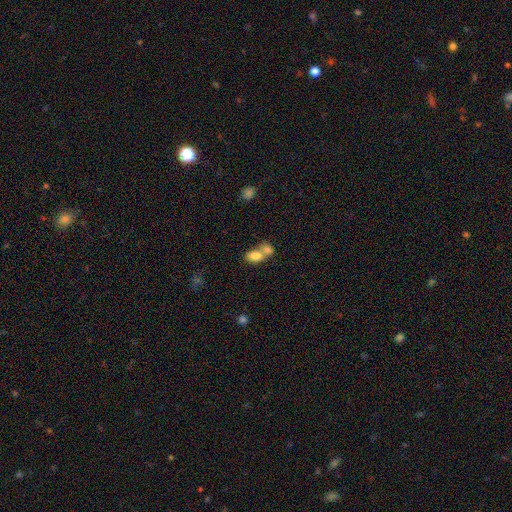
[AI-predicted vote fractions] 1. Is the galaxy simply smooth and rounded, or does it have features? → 80% smooth, 11% featured or disk, 8% star or artifact.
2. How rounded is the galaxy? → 82% in between, 16% round, 2% cigar-shaped.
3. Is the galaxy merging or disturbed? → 65% merger, 24% none, 7% minor disturbance, 4% major disturbance.